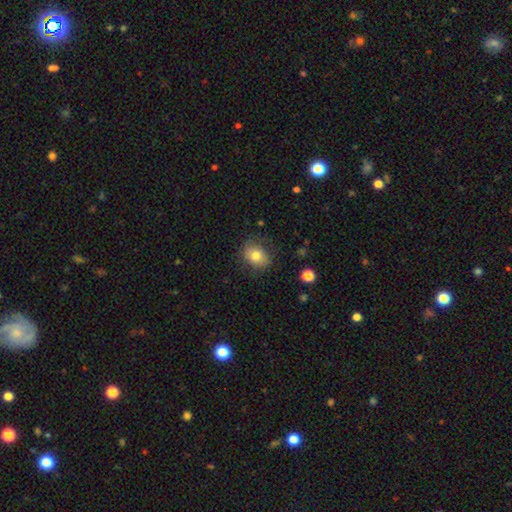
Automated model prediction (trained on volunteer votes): smooth_or_featured: smooth (p=0.77) [alt: featured or disk p=0.13]
how_rounded: in between (p=0.54) [alt: round p=0.45]
merging: none (p=0.77) [alt: minor disturbance p=0.17]